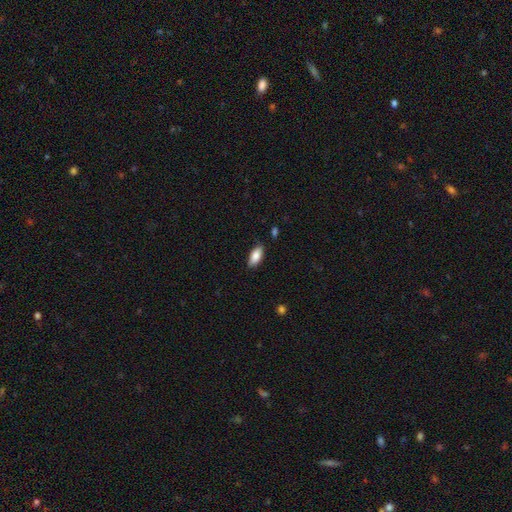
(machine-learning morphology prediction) The model was most divided on "merging": none: 83%, minor disturbance: 13%, major disturbance: 2%, merger: 1%. More confident: how rounded — in between (87%); smooth or featured — smooth (85%).